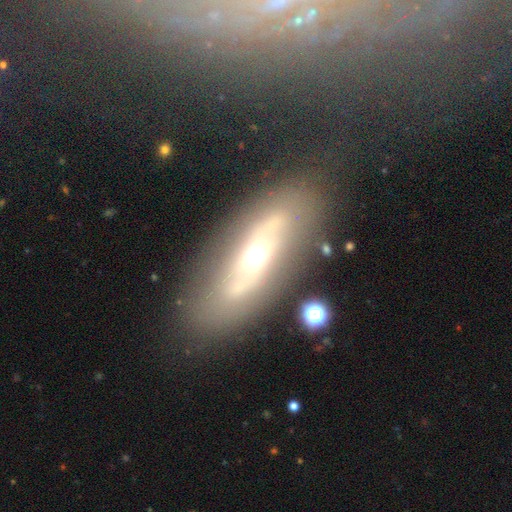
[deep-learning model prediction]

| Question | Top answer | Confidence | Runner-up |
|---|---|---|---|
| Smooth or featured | featured or disk | 63% | smooth (28%) |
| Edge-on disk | no | 75% | yes (25%) |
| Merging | none | 76% | minor disturbance (14%) |